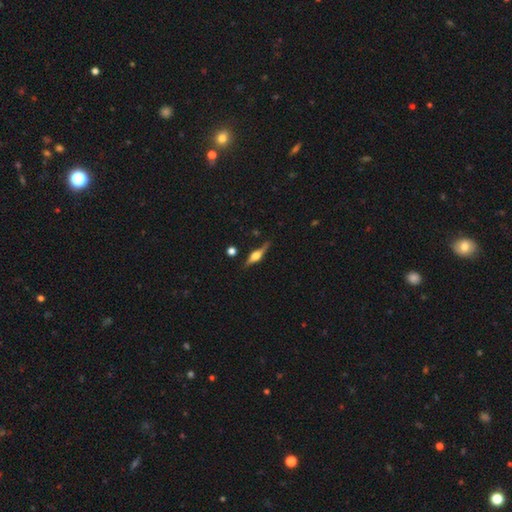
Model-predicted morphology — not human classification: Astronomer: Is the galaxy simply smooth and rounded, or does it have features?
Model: featured or disk — 77%.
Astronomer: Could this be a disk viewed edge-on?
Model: yes — 96%.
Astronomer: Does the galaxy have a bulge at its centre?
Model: rounded — 93%.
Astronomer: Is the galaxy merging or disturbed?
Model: none — 82%.